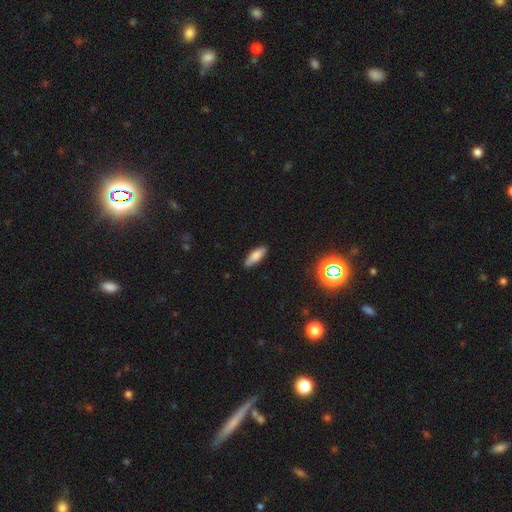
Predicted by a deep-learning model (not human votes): smooth-or-featured: smooth: 77% | featured or disk: 14% | star or artifact: 9%
  how-rounded: in between: 63% | cigar-shaped: 35% | round: 2%
  merging: none: 83% | minor disturbance: 13% | major disturbance: 2% | merger: 1%